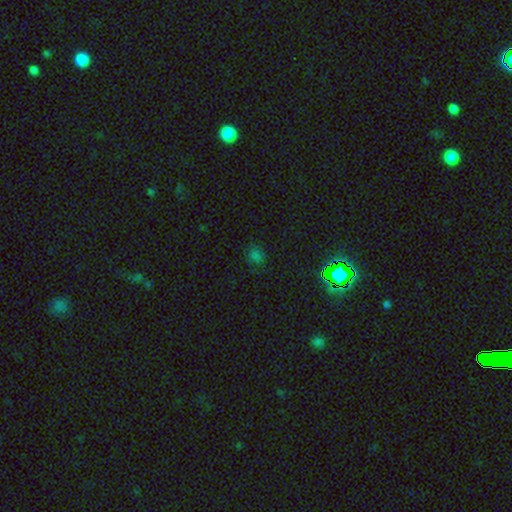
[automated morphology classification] Smooth or featured? smooth (55%)
How rounded? round (70%)
Merging? none (80%)